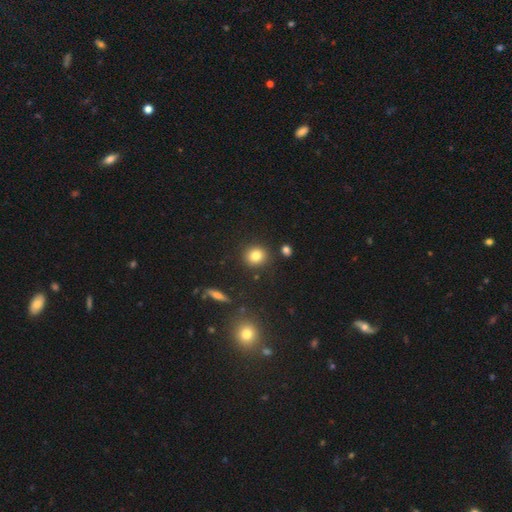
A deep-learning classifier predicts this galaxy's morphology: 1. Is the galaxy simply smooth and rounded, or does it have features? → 81% smooth, 11% star or artifact, 8% featured or disk.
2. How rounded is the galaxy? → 81% round, 17% in between, 1% cigar-shaped.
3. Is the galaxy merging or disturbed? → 87% none, 7% minor disturbance, 3% merger, 2% major disturbance.